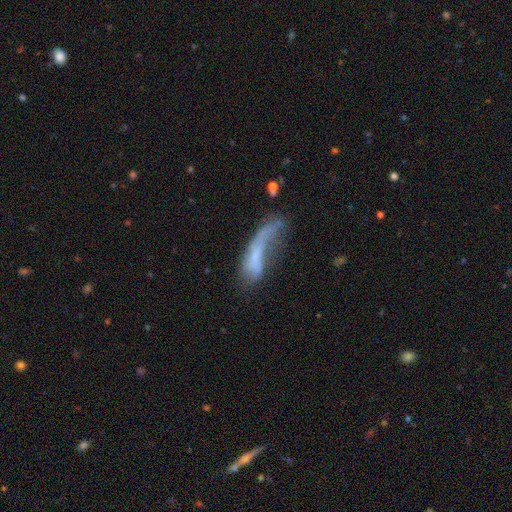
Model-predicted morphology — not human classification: type=smooth (47%); merging=major disturbance (44%).